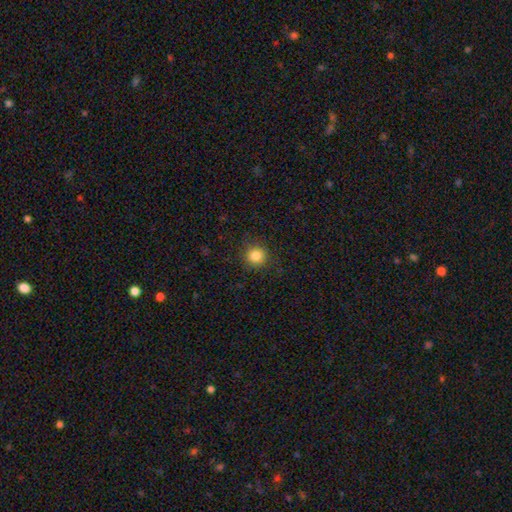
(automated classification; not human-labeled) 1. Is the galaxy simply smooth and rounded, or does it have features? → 84% smooth, 11% star or artifact, 5% featured or disk.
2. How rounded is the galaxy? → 94% round, 5% in between, 1% cigar-shaped.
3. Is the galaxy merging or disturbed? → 89% none, 7% minor disturbance, 3% major disturbance, 1% merger.